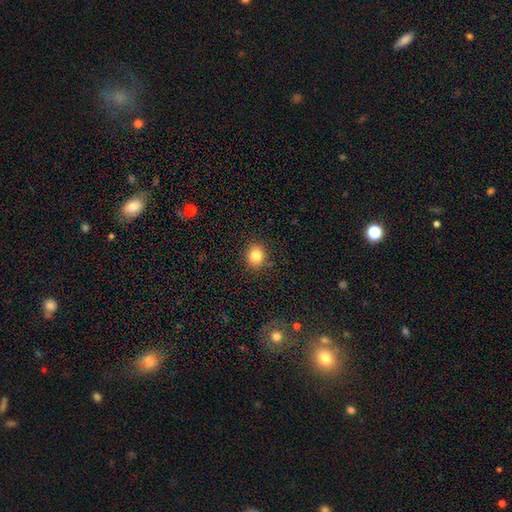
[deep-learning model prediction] Overall: smooth (83%). How rounded: round (74%). Merging: none (88%).